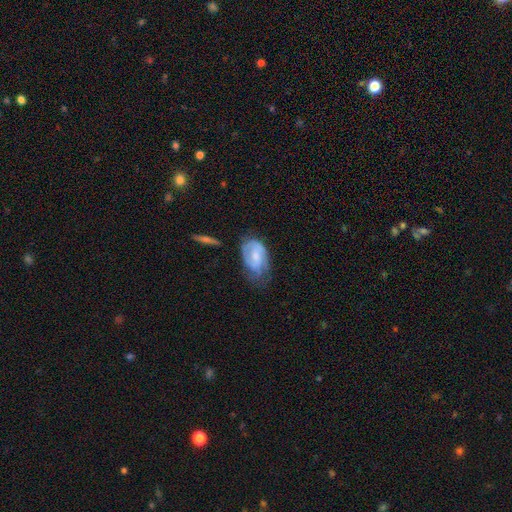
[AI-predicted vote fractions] featured or disk 57%, smooth 37%, star or artifact 6%. Down the decision tree: edge-on disk — no (95%); bar — no (44%, tied with weak); spiral arms — yes (80%); bulge size — moderate (41%, tied with small); merging — none (41%).